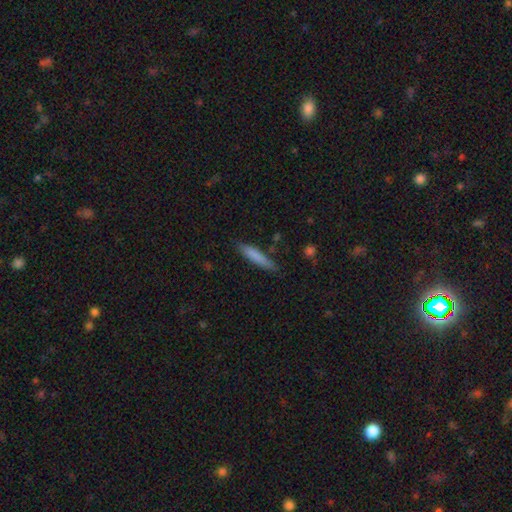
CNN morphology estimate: Q: Smooth or featured?
A: smooth (79%); runner-up: featured or disk (15%)
Q: How rounded?
A: cigar-shaped (88%); runner-up: in between (10%)
Q: Merging?
A: none (81%); runner-up: minor disturbance (14%)